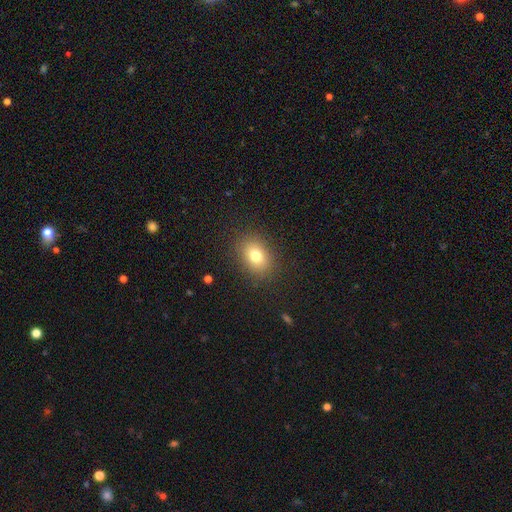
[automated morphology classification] The model was most divided on "how rounded": in between: 66%, round: 33%, cigar-shaped: 1%. More confident: merging — none (87%); smooth or featured — smooth (77%).